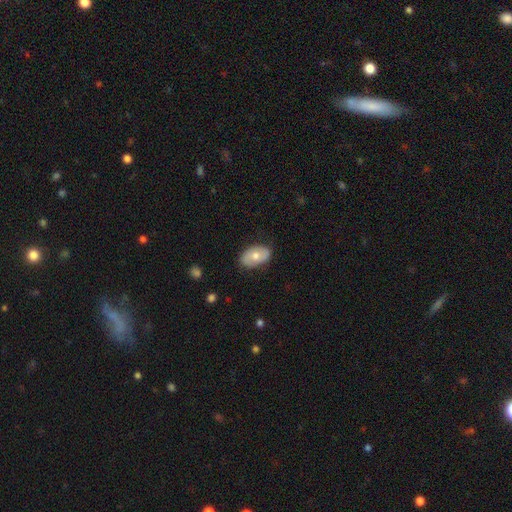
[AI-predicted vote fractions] The model was most divided on "smooth or featured": smooth: 63%, featured or disk: 31%, star or artifact: 6%. More confident: how rounded — in between (91%); merging — none (80%).